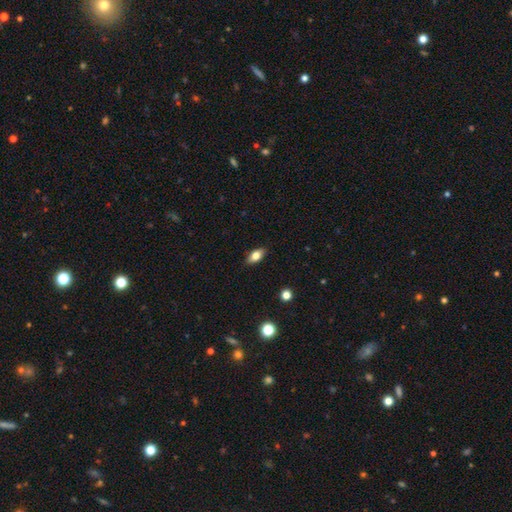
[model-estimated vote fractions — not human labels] Smooth or featured? smooth (77%)
How rounded? in between (87%)
Merging? none (88%)